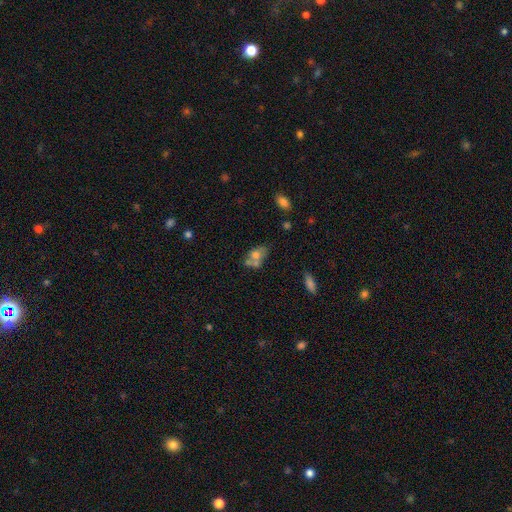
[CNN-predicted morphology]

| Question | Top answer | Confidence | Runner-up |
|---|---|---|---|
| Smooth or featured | smooth | 62% | featured or disk (27%) |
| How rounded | in between | 72% | round (25%) |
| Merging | merger | 45% | none (33%) |